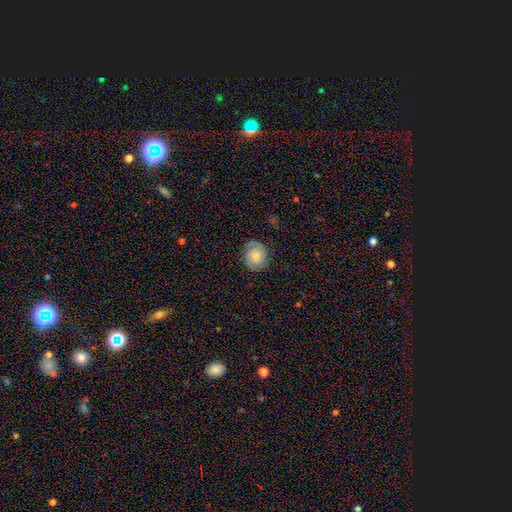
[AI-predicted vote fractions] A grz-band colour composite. It shows a smooth galaxy with no disk features (54%) that is round (78%). Merging: none (77%).